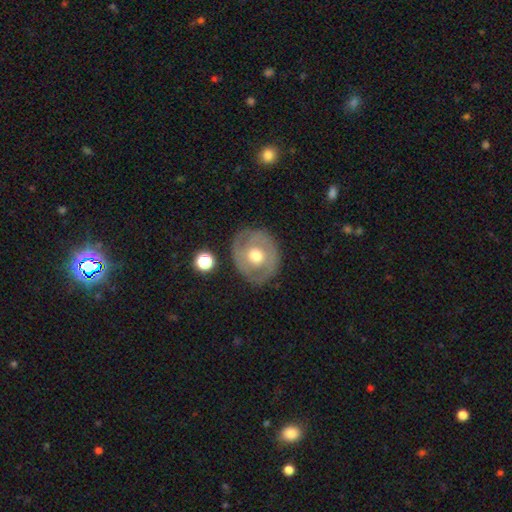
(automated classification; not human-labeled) Smooth or featured: featured or disk — 60% (smooth — 33%)
Edge-on disk: no — 95% (yes — 5%)
Bar: no — 80% (weak — 16%)
Spiral arms: no — 55% (yes — 45%)
Bulge size: moderate — 71% (large — 18%)
Merging: none — 78% (minor disturbance — 15%)